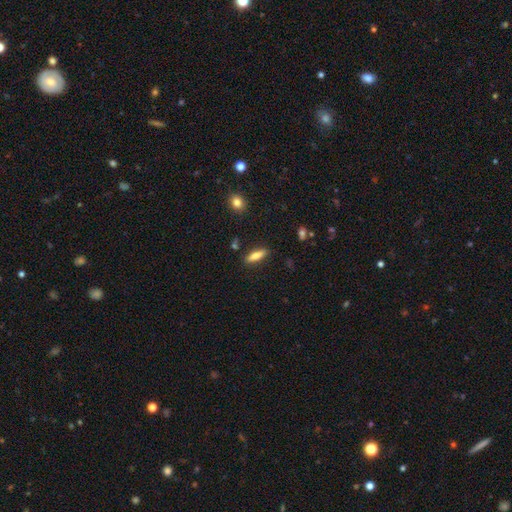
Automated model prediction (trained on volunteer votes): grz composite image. It shows a smooth galaxy with no disk features (73%) that is cigar-shaped (59%). Merging: none (85%).